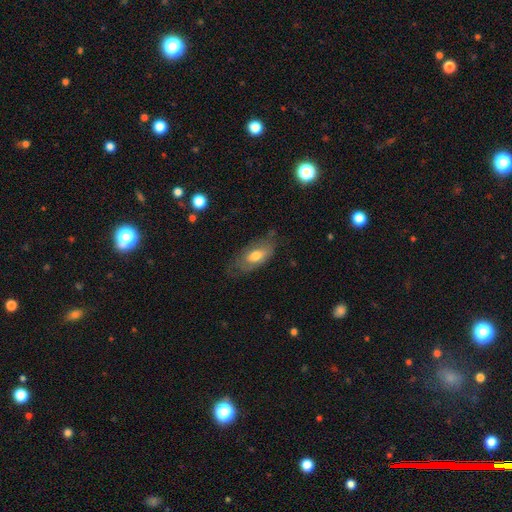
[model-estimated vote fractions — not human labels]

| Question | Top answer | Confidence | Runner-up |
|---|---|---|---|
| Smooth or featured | smooth | 61% | featured or disk (32%) |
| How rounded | in between | 88% | cigar-shaped (8%) |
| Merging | none | 61% | minor disturbance (27%) |